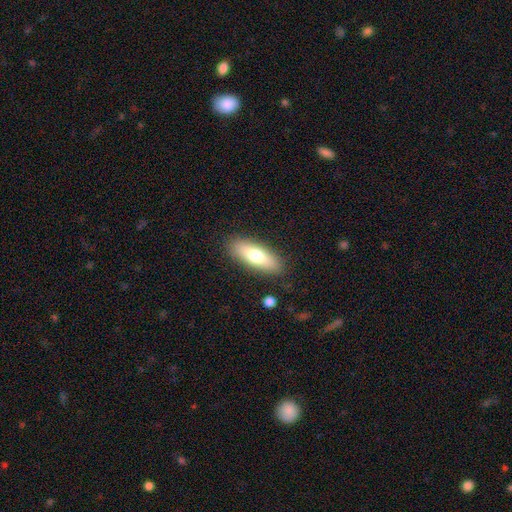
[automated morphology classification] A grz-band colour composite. It shows a smooth galaxy with no disk features (72%) that is in between round and cigar-shaped (65%). Merging: none (86%).